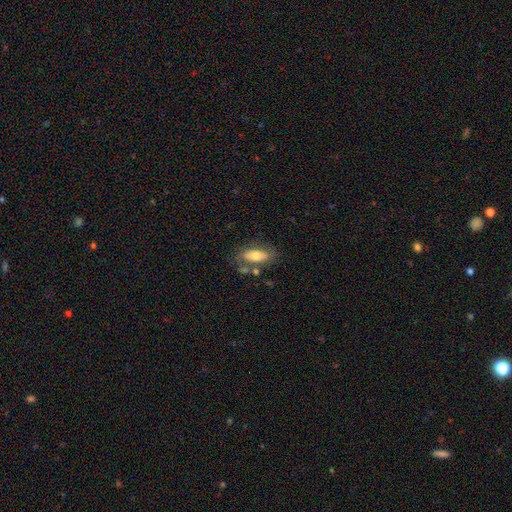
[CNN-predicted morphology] Smooth or featured?
  - smooth: 61% *
  - featured or disk: 33%
  - star or artifact: 7%
How rounded?
  - in between: 81% *
  - cigar-shaped: 16%
  - round: 3%
Merging?
  - none: 62% *
  - minor disturbance: 19%
  - merger: 12%
  - major disturbance: 8%